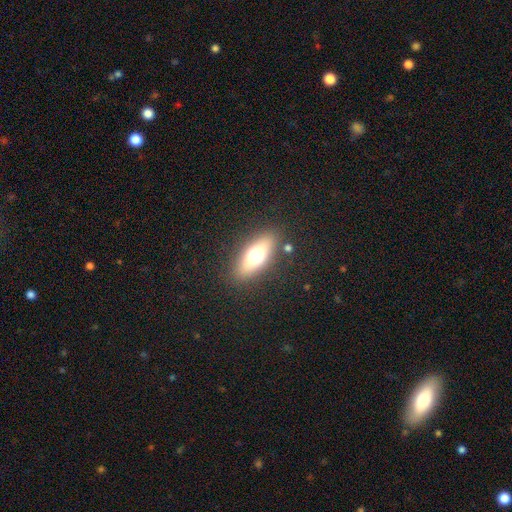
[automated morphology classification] A smooth galaxy with no disk features (57%) that is in between round and cigar-shaped (65%). Merging: none (85%).